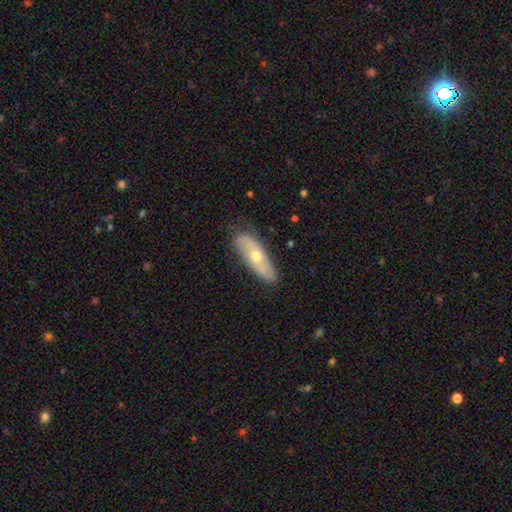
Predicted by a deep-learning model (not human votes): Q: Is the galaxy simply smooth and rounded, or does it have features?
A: featured or disk — 48%.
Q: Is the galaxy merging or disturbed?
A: none — 78%.